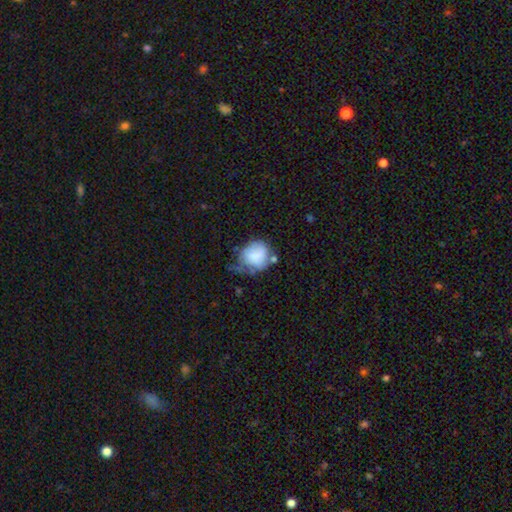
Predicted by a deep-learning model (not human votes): This appears to be a smooth galaxy with no disk features (72%) that is round (68%). Merging: minor disturbance (36%).